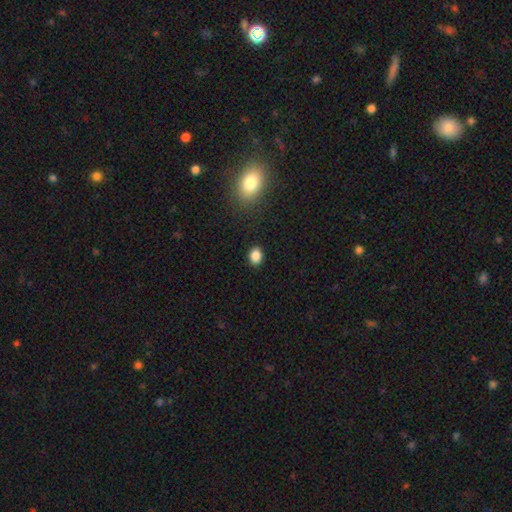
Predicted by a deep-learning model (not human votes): A smooth galaxy with no disk features (86%) that is in between round and cigar-shaped (60%). Merging: none (89%).